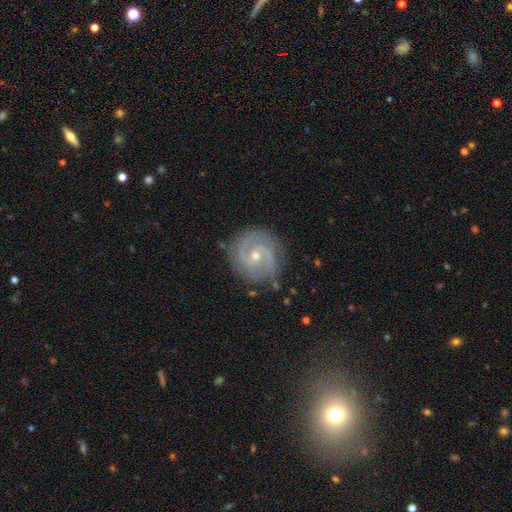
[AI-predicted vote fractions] This is clearly a featured or disk galaxy (90%). It is clearly not viewed edge-on (98%). Bar: possibly no (50%). Spiral arm pattern: clearly yes (98%). Spiral arm count: clearly 2 (81%). Spiral winding: possibly tight (58%). Central bulge: possibly small (51%). Merging: clearly none (82%).